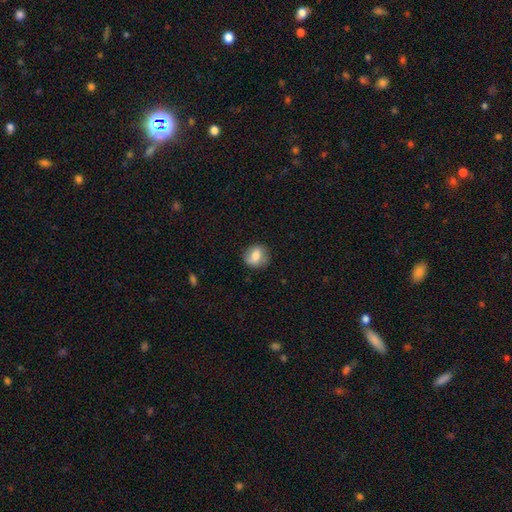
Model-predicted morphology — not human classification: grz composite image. It shows a smooth galaxy with no disk features (68%) that is round (72%). Merging: none (76%).